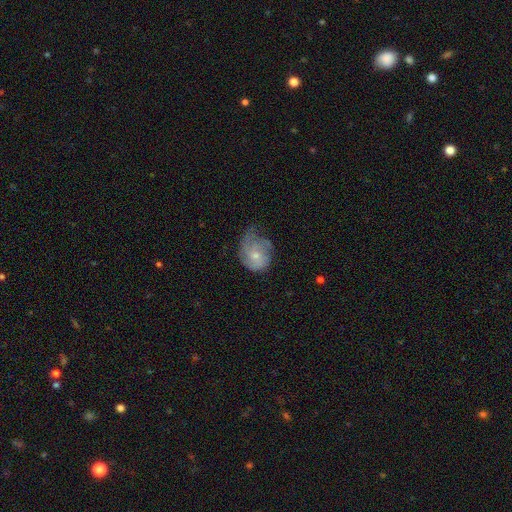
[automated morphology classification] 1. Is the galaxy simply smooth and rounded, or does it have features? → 55% featured or disk, 38% smooth, 7% star or artifact.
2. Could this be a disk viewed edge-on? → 97% no, 3% yes.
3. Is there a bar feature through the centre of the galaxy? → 74% no, 23% weak, 3% strong.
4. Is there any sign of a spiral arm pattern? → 79% yes, 21% no.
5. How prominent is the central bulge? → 62% small, 32% moderate, 4% none, 1% large, 1% dominant.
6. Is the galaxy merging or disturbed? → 35% none (tied), 35% minor disturbance (tied), 28% major disturbance, 2% merger.